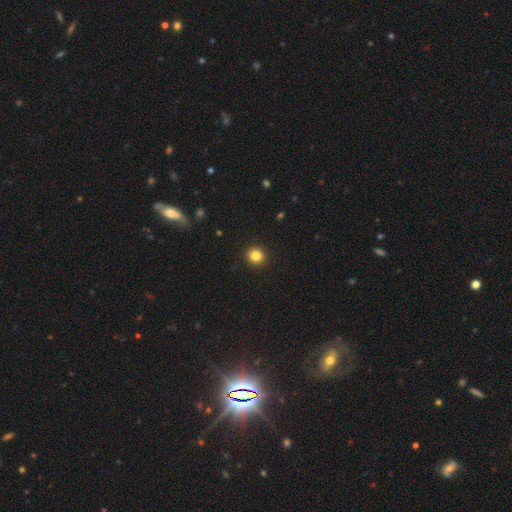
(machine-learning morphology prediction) smooth_or_featured: smooth (p=0.84) [alt: star or artifact p=0.11]
how_rounded: round (p=0.93) [alt: in between p=0.06]
merging: none (p=0.93) [alt: minor disturbance p=0.04]